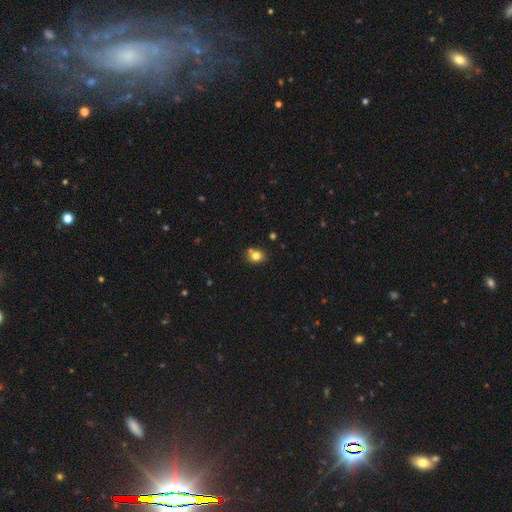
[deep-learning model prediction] This appears to be a smooth galaxy with no disk features (79%) that is round (61%). Merging: none (66%).